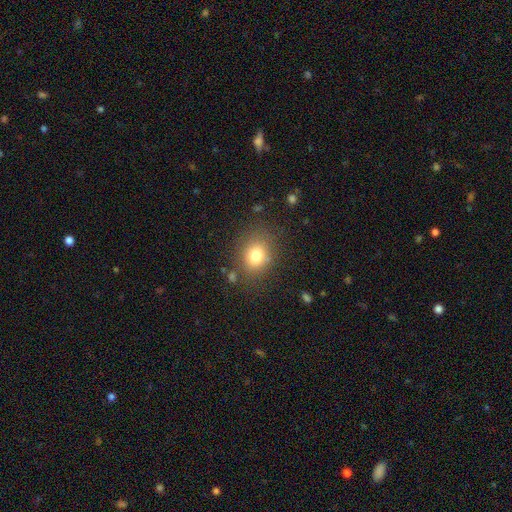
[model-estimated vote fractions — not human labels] A smooth galaxy with no disk features (77%) that is round (56%). Merging: none (79%).